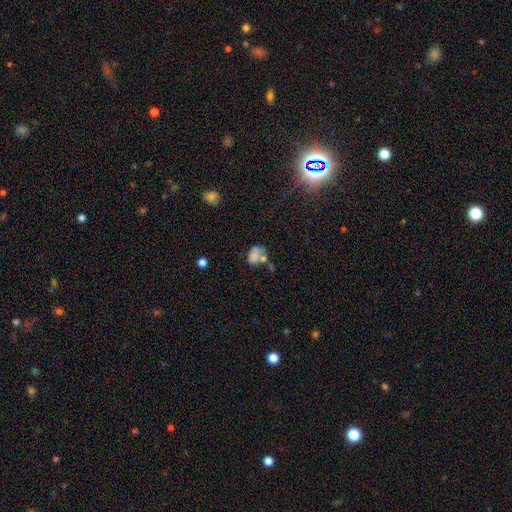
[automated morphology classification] Smooth or featured?
  - smooth: 70% *
  - featured or disk: 18%
  - star or artifact: 12%
How rounded?
  - in between: 76% *
  - round: 23%
  - cigar-shaped: 1%
Merging?
  - merger: 34% *
  - none: 28%
  - minor disturbance: 21%
  - major disturbance: 18%